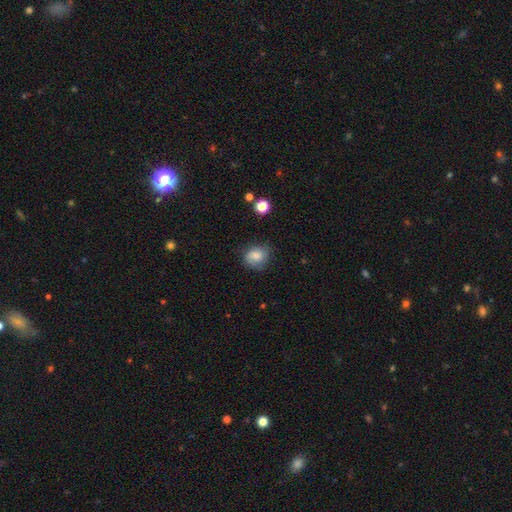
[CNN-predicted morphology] This appears to be a smooth galaxy with no disk features (74%) that is round (65%). Merging: none (65%).